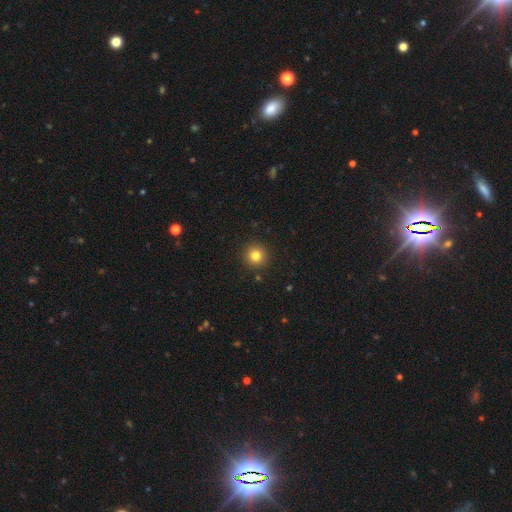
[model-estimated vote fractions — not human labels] Smooth or featured?
  - smooth: 81% *
  - star or artifact: 12%
  - featured or disk: 6%
How rounded?
  - round: 95% *
  - in between: 4%
  - cigar-shaped: 1%
Merging?
  - none: 91% *
  - minor disturbance: 5%
  - major disturbance: 2%
  - merger: 1%